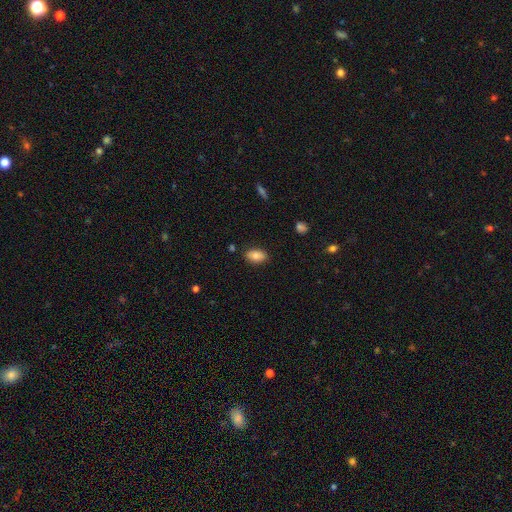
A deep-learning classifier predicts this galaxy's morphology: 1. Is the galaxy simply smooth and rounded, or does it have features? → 78% smooth, 14% featured or disk, 8% star or artifact.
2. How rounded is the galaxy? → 91% in between, 6% round, 3% cigar-shaped.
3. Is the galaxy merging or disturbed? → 86% none, 11% minor disturbance, 2% major disturbance, 2% merger.